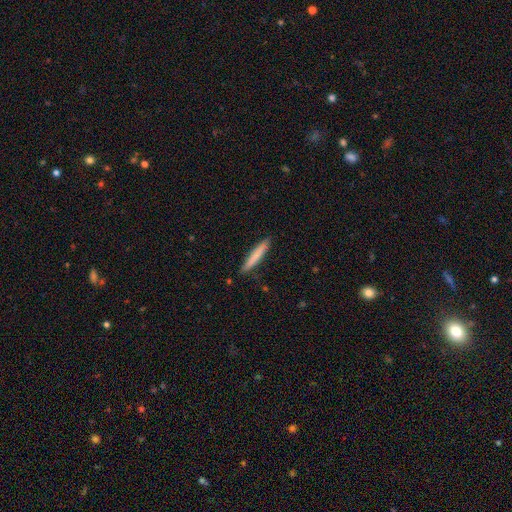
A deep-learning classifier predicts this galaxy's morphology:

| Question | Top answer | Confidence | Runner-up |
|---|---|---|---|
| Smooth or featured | smooth | 77% | featured or disk (18%) |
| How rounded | cigar-shaped | 94% | in between (5%) |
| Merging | none | 89% | minor disturbance (8%) |